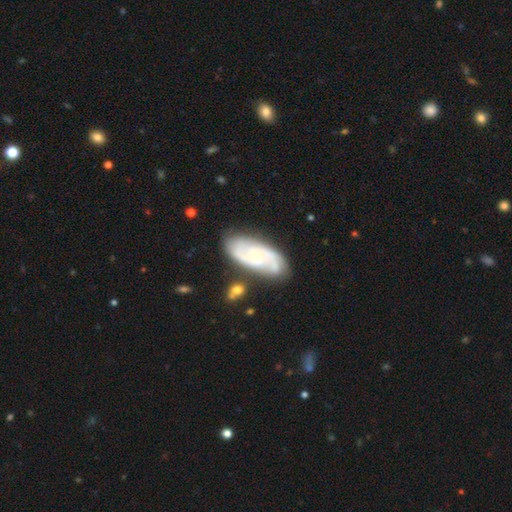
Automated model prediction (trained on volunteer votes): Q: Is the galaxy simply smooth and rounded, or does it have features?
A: featured or disk — 81%.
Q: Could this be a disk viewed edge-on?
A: no — 94%.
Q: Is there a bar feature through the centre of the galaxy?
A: weak — 45%.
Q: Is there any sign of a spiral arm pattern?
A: yes — 96%.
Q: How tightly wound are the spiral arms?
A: medium — 47%.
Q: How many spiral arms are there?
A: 2 — 67%.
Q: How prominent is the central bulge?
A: small — 71%.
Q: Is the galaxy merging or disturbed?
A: none — 76%.